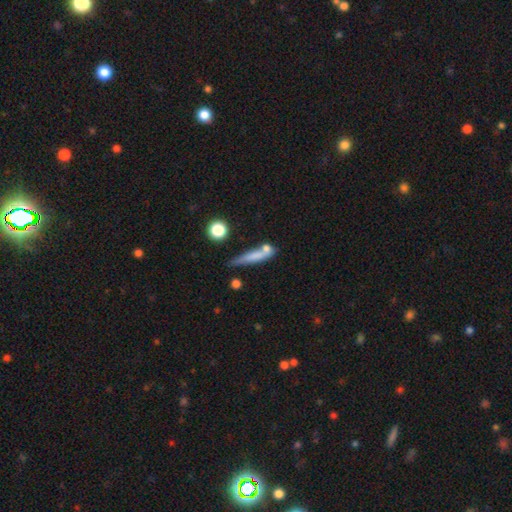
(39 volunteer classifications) Q: Smooth or featured?
A: smooth (74%); runner-up: featured or disk (21%)
Q: How rounded?
A: cigar-shaped (76%); runner-up: in between (21%)
Q: Merging?
A: none (49%); runner-up: minor disturbance (30%)